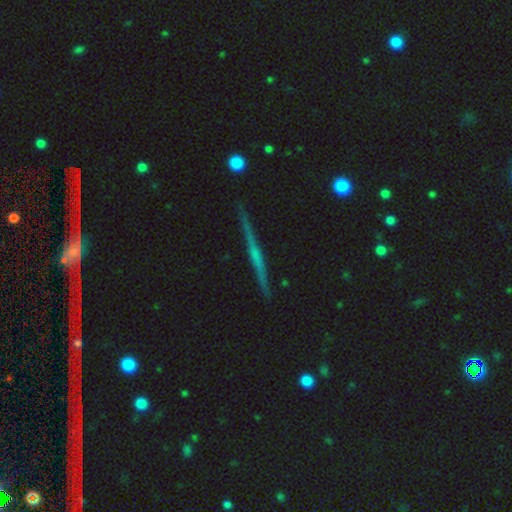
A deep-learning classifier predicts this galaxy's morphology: This appears to be a featured or disk galaxy (73%) viewed edge-on (98%) with no central bulge (51%). Merging: none (91%).